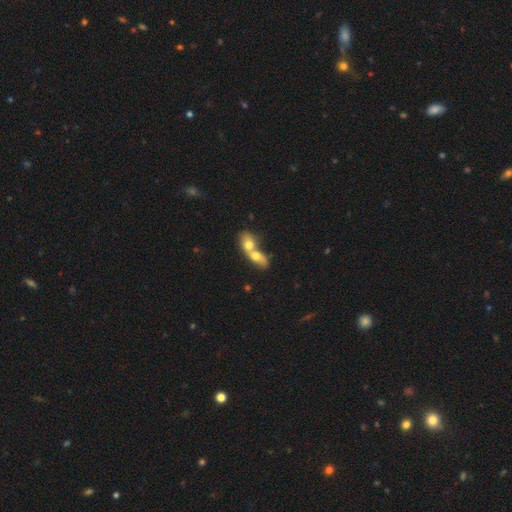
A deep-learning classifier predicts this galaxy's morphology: A smooth galaxy with no disk features (64%) that is in between round and cigar-shaped (63%).

Vote fractions:
- Smooth or featured? smooth: 64% / featured or disk: 28% / star or artifact: 8%
- How rounded? in between: 63% / round: 26% / cigar-shaped: 11%
- Merging? merger: 84% / none: 9% / minor disturbance: 3% / major disturbance: 3%